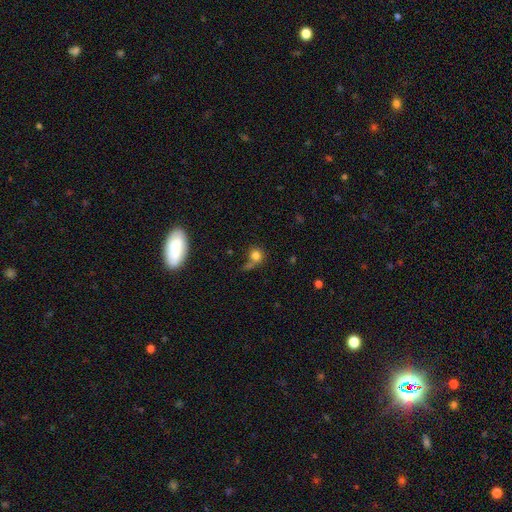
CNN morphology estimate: type=smooth (76%); roundness=round (82%); merging=none (45%).